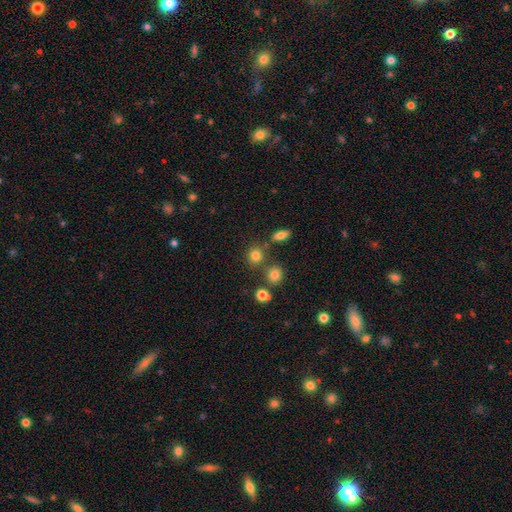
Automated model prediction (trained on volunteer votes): Morphology: type=smooth (80%); roundness=round (84%); merging=none (72%).